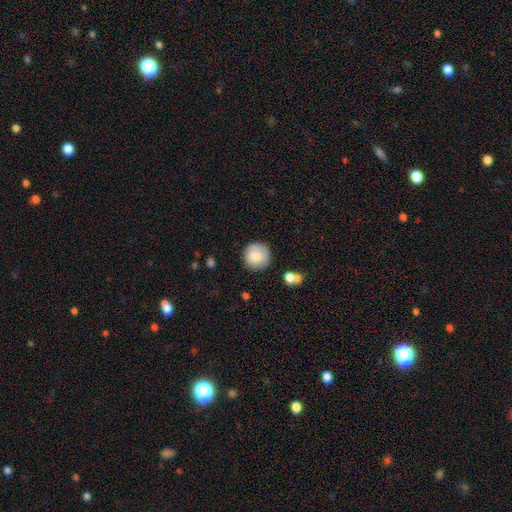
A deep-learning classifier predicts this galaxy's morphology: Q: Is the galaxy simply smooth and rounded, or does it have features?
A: smooth — 79%.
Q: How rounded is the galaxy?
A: round — 94%.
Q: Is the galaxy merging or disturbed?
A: none — 81%.